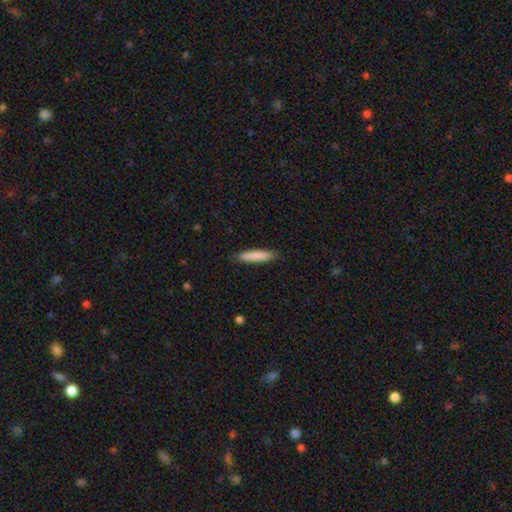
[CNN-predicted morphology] Smooth or featured: smooth — 84% (featured or disk — 10%)
How rounded: cigar-shaped — 88% (in between — 11%)
Merging: none — 88% (minor disturbance — 9%)